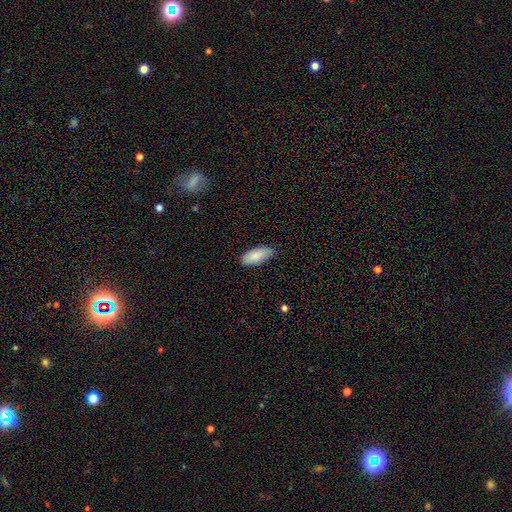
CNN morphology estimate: type=smooth (88%); roundness=in between (88%); merging=none (83%).